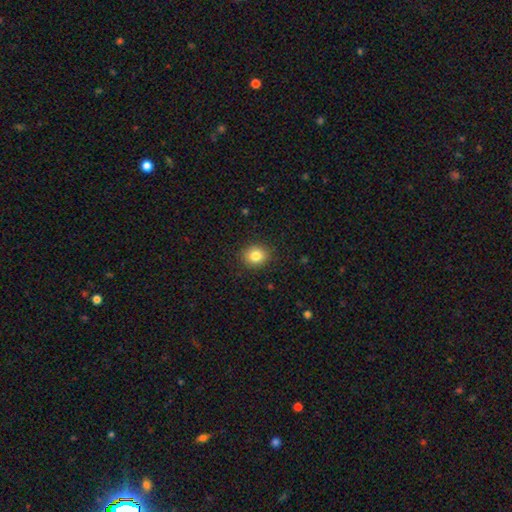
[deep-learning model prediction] Smooth or featured? Predicted: smooth (p=0.83). How rounded? Predicted: round (p=0.73). Merging? Predicted: none (p=0.89).